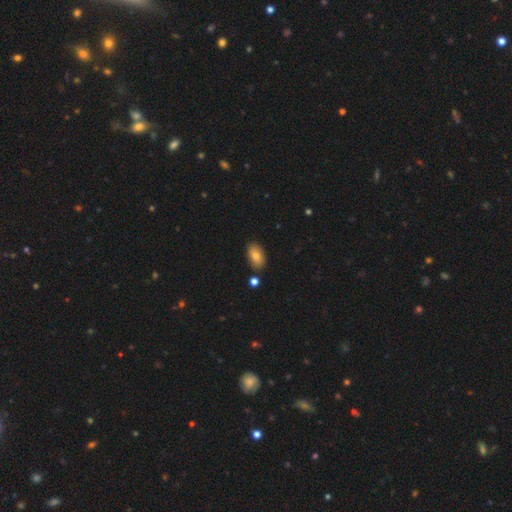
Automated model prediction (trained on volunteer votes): A smooth galaxy with no disk features (77%) that is in between round and cigar-shaped (91%). Merging: none (83%).